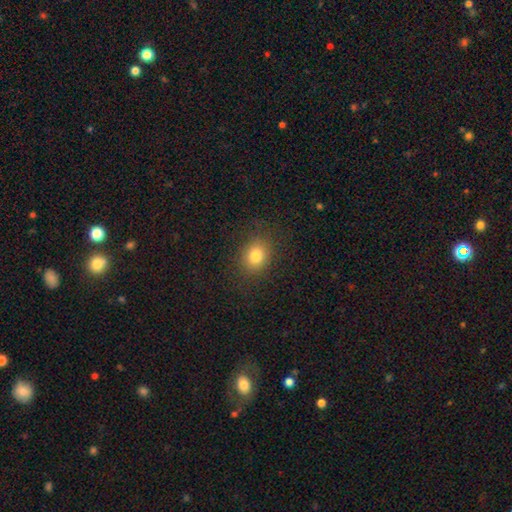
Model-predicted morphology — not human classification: A smooth galaxy with no disk features (81%) that is round (54%).

Vote fractions:
- Smooth or featured? smooth: 81% / star or artifact: 12% / featured or disk: 7%
- How rounded? round: 54% / in between: 45% / cigar-shaped: 1%
- Merging? none: 86% / minor disturbance: 10% / major disturbance: 4% / merger: 1%